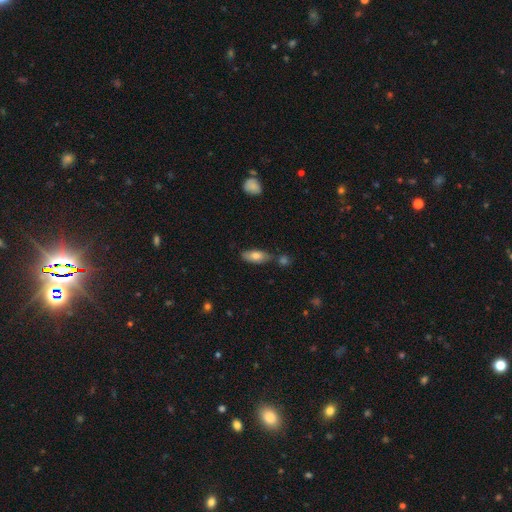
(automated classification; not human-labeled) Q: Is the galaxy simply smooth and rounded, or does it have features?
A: smooth — 76%.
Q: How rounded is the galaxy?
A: in between — 81%.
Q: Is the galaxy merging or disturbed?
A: none — 70%.